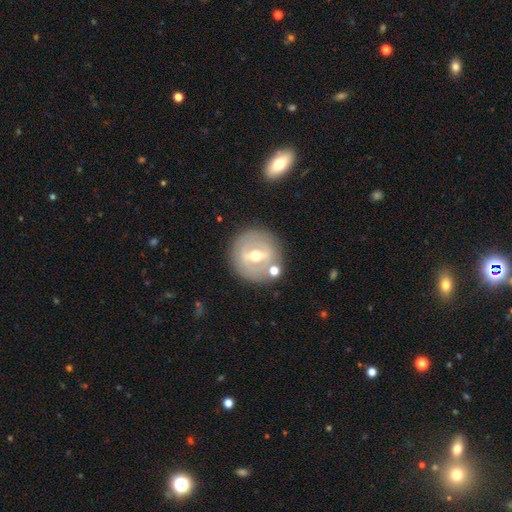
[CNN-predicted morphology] Smooth or featured? Predicted: featured or disk (p=0.66). Edge-on disk? Predicted: no (p=0.91). Bar? Predicted: strong (p=0.43). Spiral arms? Predicted: no (p=0.68). Bulge size? Predicted: moderate (p=0.73). Merging? Predicted: none (p=0.80).